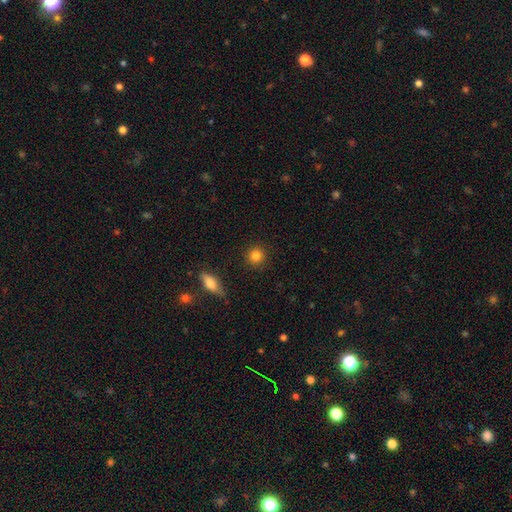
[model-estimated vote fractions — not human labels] Smooth or featured: smooth — 85% (star or artifact — 10%)
How rounded: round — 92% (in between — 7%)
Merging: none — 90% (minor disturbance — 6%)